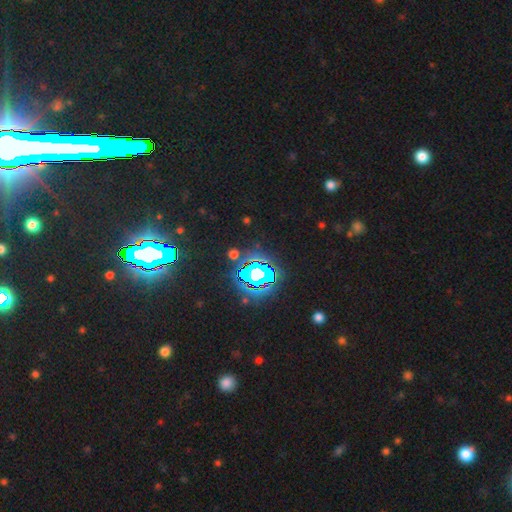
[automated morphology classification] Smooth or featured? Predicted: star or artifact (p=0.84).